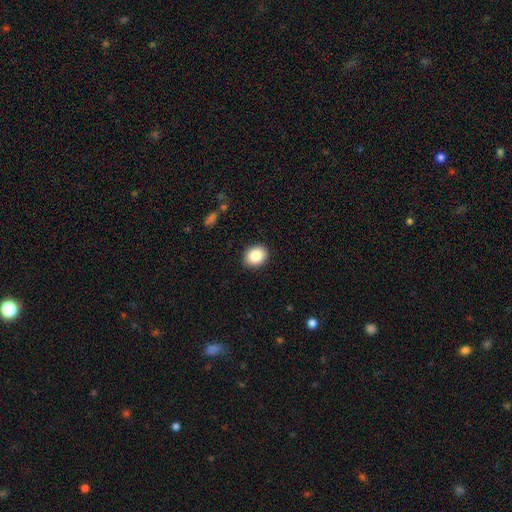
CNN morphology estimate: Smooth or featured? Predicted: smooth (p=0.86). How rounded? Predicted: round (p=0.53). Merging? Predicted: none (p=0.91).